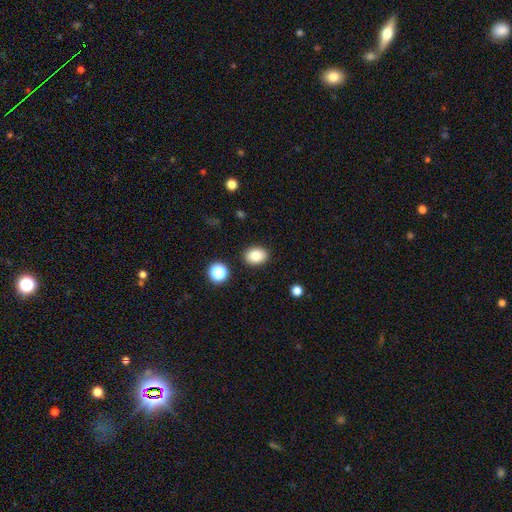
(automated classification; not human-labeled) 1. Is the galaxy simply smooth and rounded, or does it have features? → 83% smooth, 10% star or artifact, 7% featured or disk.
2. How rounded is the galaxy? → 63% in between, 36% round, 1% cigar-shaped.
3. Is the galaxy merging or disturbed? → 88% none, 8% minor disturbance, 2% major disturbance, 2% merger.